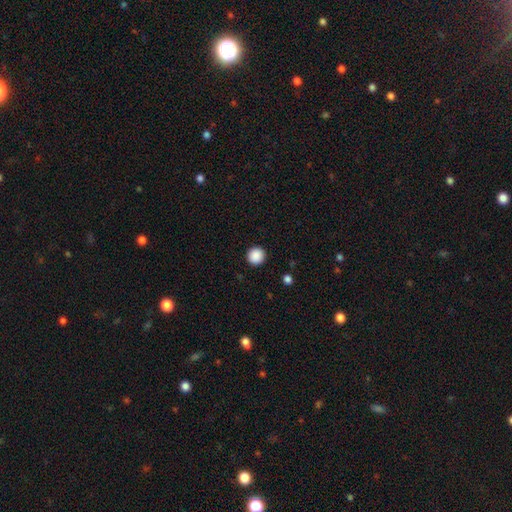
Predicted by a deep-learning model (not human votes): Overall: smooth (89%). How rounded: round (95%). Merging: none (93%).